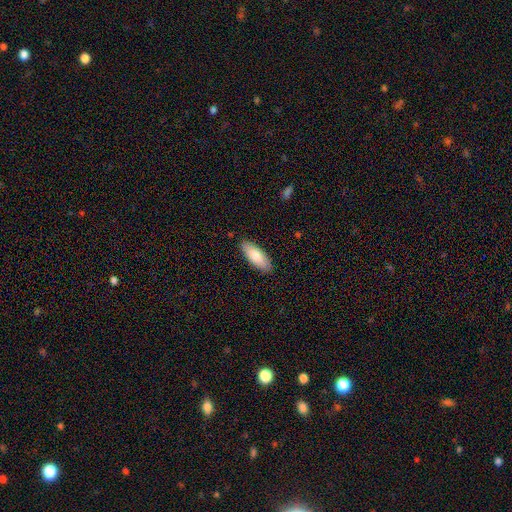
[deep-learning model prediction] Smooth or featured?
  - smooth: 81% *
  - featured or disk: 13%
  - star or artifact: 6%
How rounded?
  - in between: 77% *
  - cigar-shaped: 21%
  - round: 2%
Merging?
  - none: 87% *
  - minor disturbance: 10%
  - major disturbance: 2%
  - merger: 1%